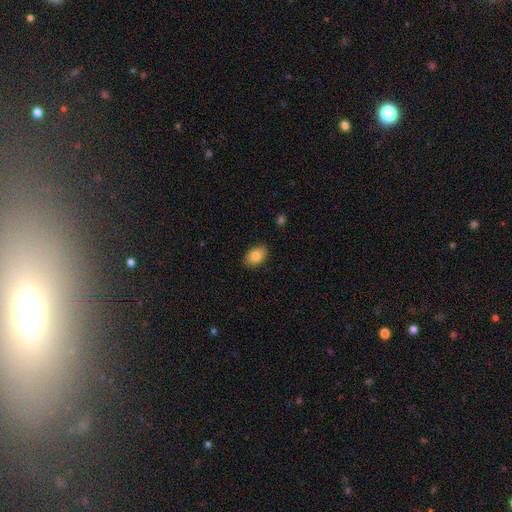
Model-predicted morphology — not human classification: Smooth or featured? smooth (83%)
How rounded? in between (86%)
Merging? none (88%)